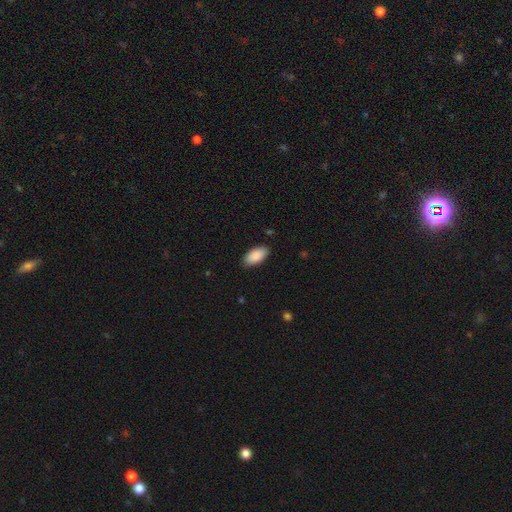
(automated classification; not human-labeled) smooth-or-featured: smooth: 88% | star or artifact: 6% | featured or disk: 6%
  how-rounded: in between: 95% | cigar-shaped: 3% | round: 2%
  merging: none: 87% | minor disturbance: 10% | major disturbance: 2% | merger: 1%